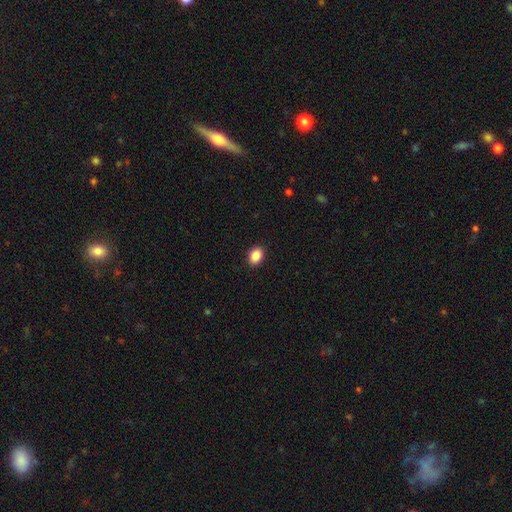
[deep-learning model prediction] The model was most divided on "how rounded": in between: 70%, round: 29%, cigar-shaped: 1%. More confident: merging — none (91%); smooth or featured — smooth (88%).